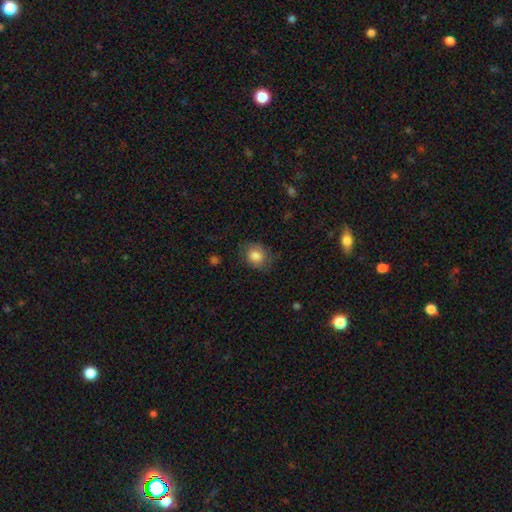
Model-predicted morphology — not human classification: Q: Smooth or featured?
A: smooth (82%); runner-up: featured or disk (10%)
Q: How rounded?
A: round (61%); runner-up: in between (38%)
Q: Merging?
A: none (72%); runner-up: minor disturbance (20%)